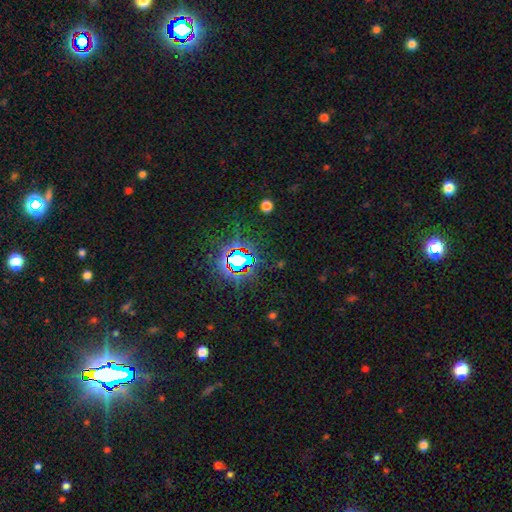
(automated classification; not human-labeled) The model was most divided on "smooth or featured": star or artifact: 84%, smooth: 9%, featured or disk: 7%.